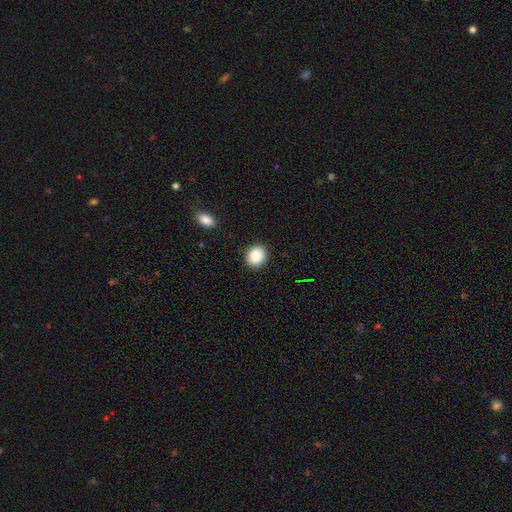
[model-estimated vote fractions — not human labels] A smooth galaxy with no disk features (86%) that is round (64%). Merging: none (91%).